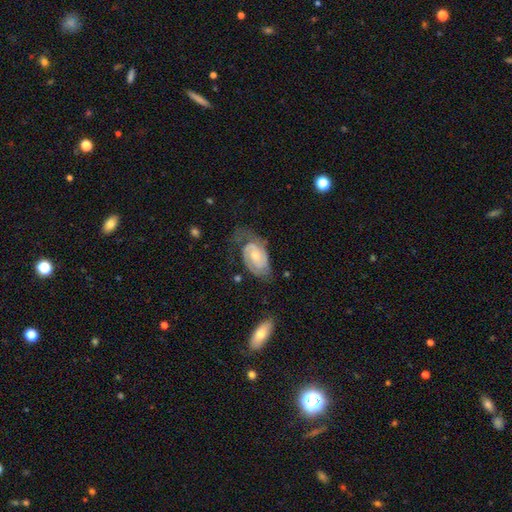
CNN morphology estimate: Smooth or featured? Predicted: featured or disk (p=0.80). Edge-on disk? Predicted: no (p=0.97). Bar? Predicted: no (p=0.59). Spiral arms? Predicted: yes (p=0.94). Spiral winding? Predicted: tight (p=0.54). Spiral arm count? Predicted: 2 (p=0.69). Bulge size? Predicted: small (p=0.46, tied with moderate). Merging? Predicted: none (p=0.50).